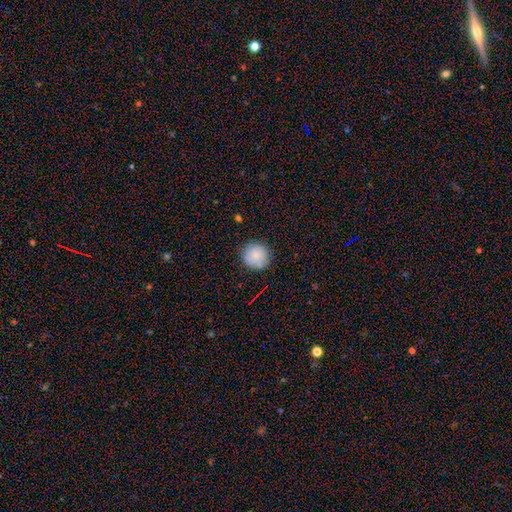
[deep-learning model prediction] This is likely a smooth galaxy (78%). How rounded: clearly round (93%). Merging: clearly none (83%).